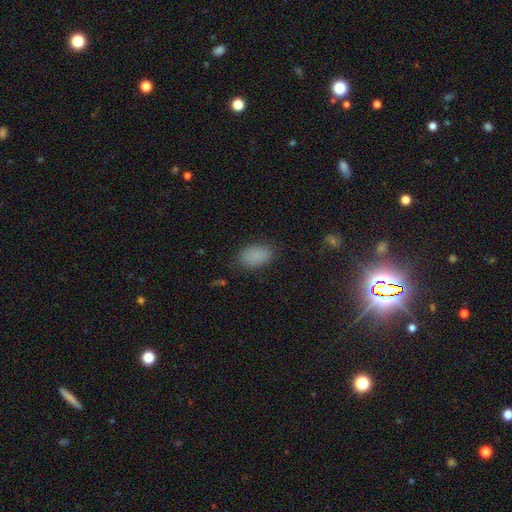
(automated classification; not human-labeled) A smooth galaxy with no disk features (86%) that is in between round and cigar-shaped (92%).

Vote fractions:
- Smooth or featured? smooth: 86% / star or artifact: 10% / featured or disk: 4%
- How rounded? in between: 92% / round: 6% / cigar-shaped: 2%
- Merging? none: 82% / minor disturbance: 12% / major disturbance: 4% / merger: 1%